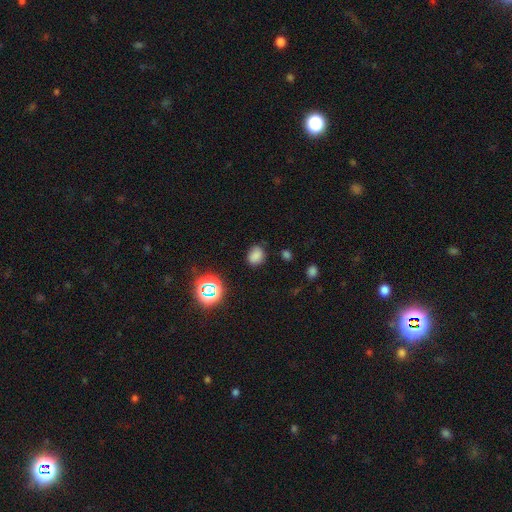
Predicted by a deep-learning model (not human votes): Smooth or featured: smooth — 75% (star or artifact — 19%)
How rounded: in between — 51% (round — 48%)
Merging: none — 77% (minor disturbance — 16%)